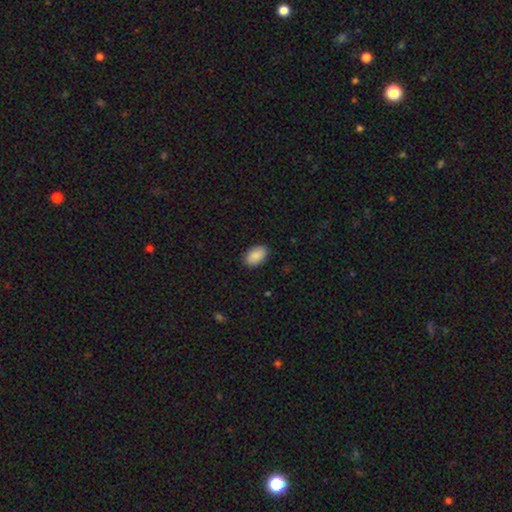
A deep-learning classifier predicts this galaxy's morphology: A smooth galaxy with no disk features (90%) that is in between round and cigar-shaped (94%).

Vote fractions:
- Smooth or featured? smooth: 90% / star or artifact: 6% / featured or disk: 4%
- How rounded? in between: 94% / round: 5% / cigar-shaped: 1%
- Merging? none: 89% / minor disturbance: 8% / major disturbance: 2% / merger: 1%